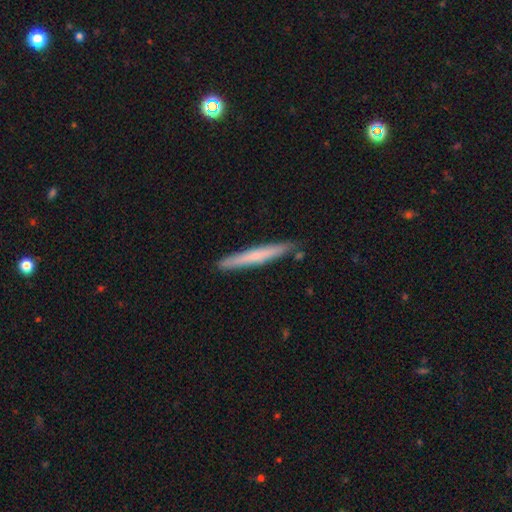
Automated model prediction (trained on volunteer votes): This is possibly a smooth galaxy (59%). How rounded: clearly cigar-shaped (97%). Merging: clearly none (88%).